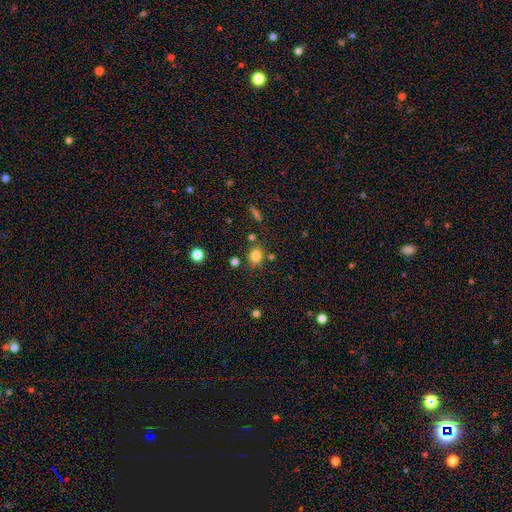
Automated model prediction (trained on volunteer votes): A smooth galaxy with no disk features (81%) that is round (60%).

Vote fractions:
- Smooth or featured? smooth: 81% / star or artifact: 12% / featured or disk: 6%
- How rounded? round: 60% / in between: 39% / cigar-shaped: 1%
- Merging? none: 77% / minor disturbance: 11% / merger: 8% / major disturbance: 4%